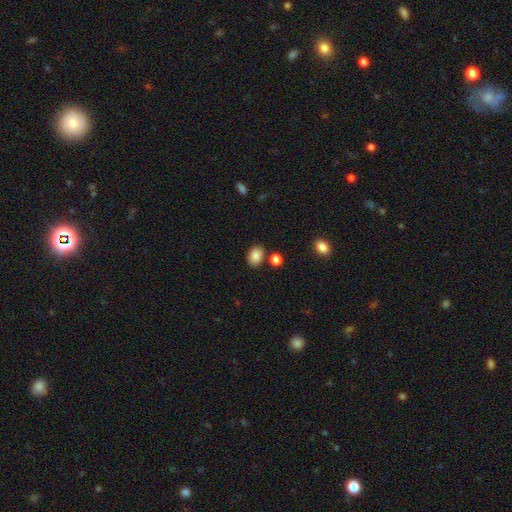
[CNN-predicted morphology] Smooth or featured?
  - smooth: 86% *
  - star or artifact: 9%
  - featured or disk: 5%
How rounded?
  - in between: 72% *
  - round: 27%
  - cigar-shaped: 1%
Merging?
  - none: 80% *
  - minor disturbance: 10%
  - merger: 7%
  - major disturbance: 3%